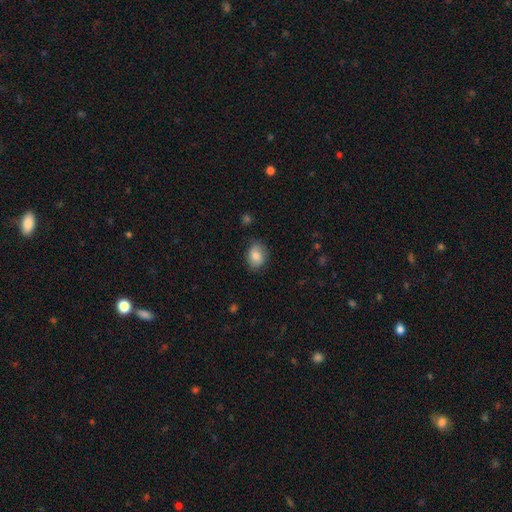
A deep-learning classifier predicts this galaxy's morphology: type=smooth (82%); roundness=in between (62%); merging=none (78%).